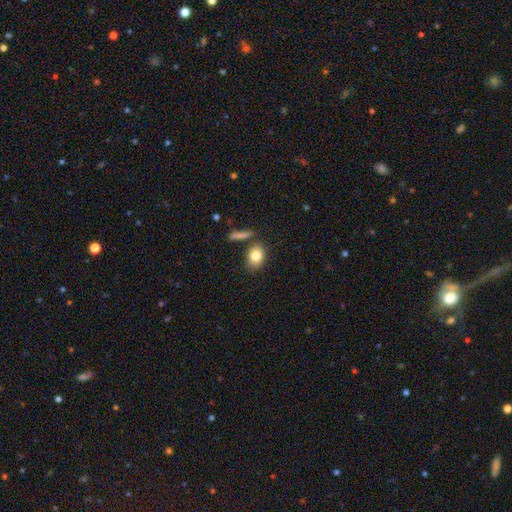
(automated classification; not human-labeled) smooth-or-featured: smooth: 82% | featured or disk: 10% | star or artifact: 8%
  how-rounded: in between: 71% | round: 26% | cigar-shaped: 2%
  merging: none: 76% | minor disturbance: 12% | merger: 9% | major disturbance: 3%